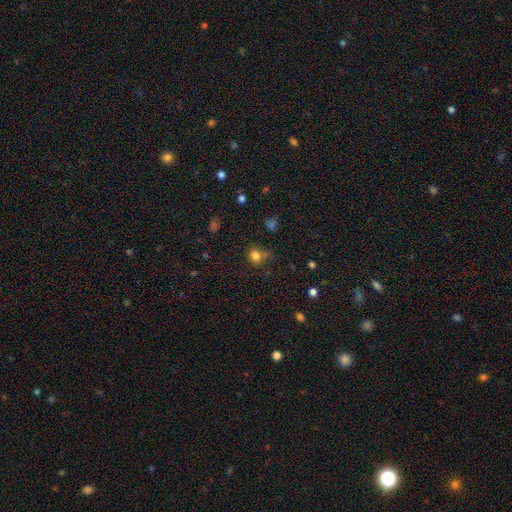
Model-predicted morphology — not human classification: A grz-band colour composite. It shows a smooth galaxy with no disk features (78%) that is round (72%). Merging: none (64%).